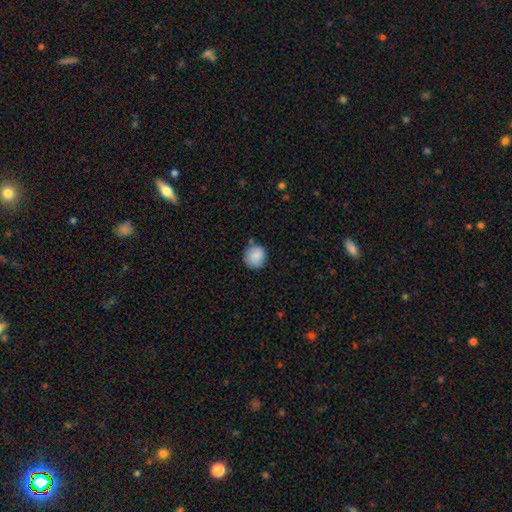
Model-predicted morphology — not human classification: Smooth or featured: smooth — 83% (featured or disk — 10%)
How rounded: round — 91% (in between — 8%)
Merging: none — 77% (minor disturbance — 16%)